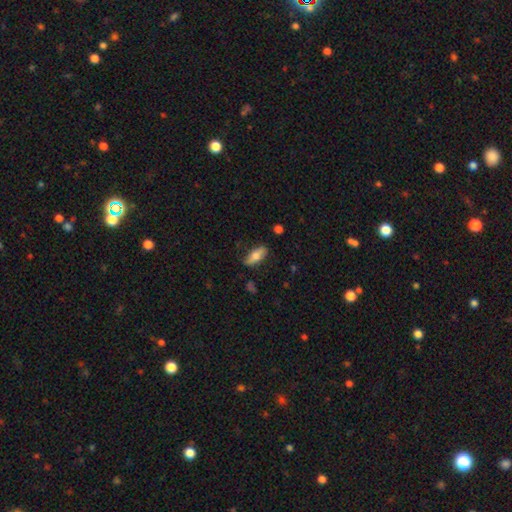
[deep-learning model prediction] A smooth galaxy with no disk features (68%) that is in between round and cigar-shaped (72%). Merging: none (79%).